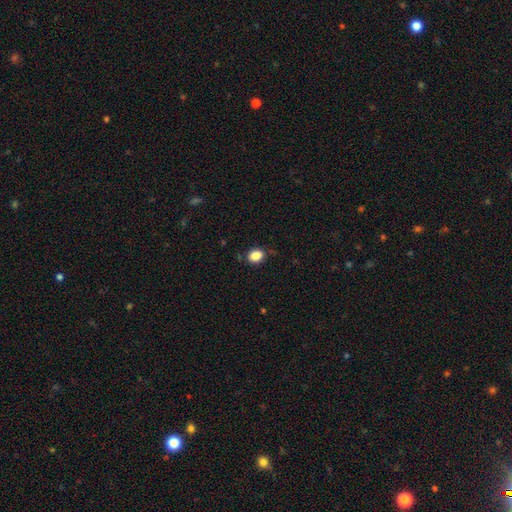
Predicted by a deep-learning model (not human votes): This appears to be a smooth galaxy with no disk features (86%) that is in between round and cigar-shaped (53%). Merging: none (81%).